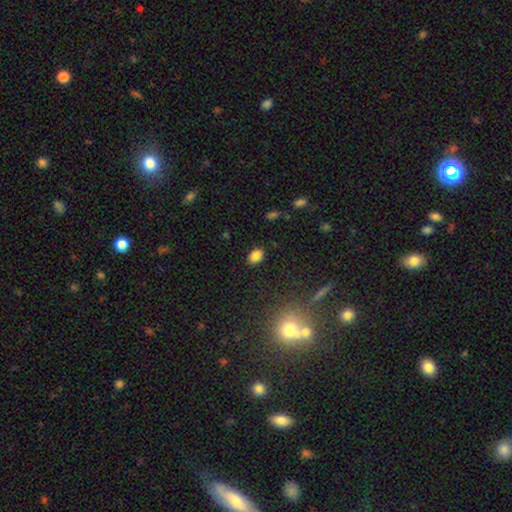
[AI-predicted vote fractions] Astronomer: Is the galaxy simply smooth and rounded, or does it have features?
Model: smooth — 84%.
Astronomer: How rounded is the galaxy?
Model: in between — 84%.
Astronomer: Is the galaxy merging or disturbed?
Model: none — 86%.